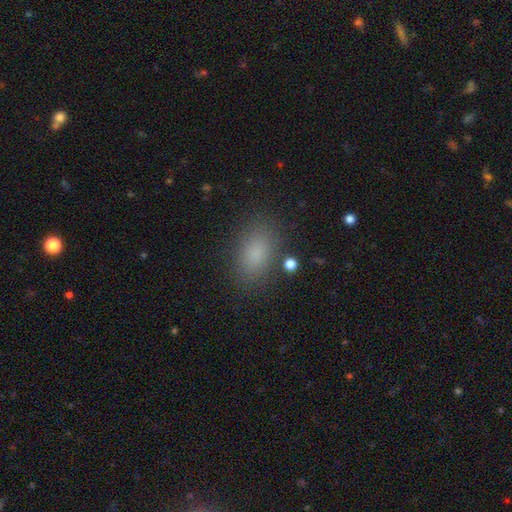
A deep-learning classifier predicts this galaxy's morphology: Smooth or featured: smooth — 82% (star or artifact — 12%)
How rounded: in between — 85% (round — 13%)
Merging: none — 85% (minor disturbance — 9%)